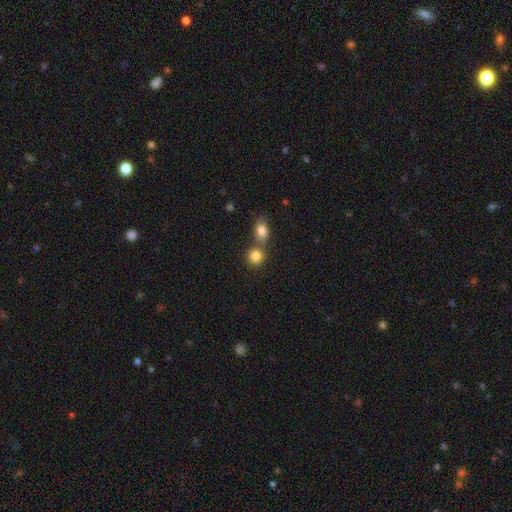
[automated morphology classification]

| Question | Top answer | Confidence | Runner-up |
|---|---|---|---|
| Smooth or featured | smooth | 83% | star or artifact (10%) |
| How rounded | round | 80% | in between (19%) |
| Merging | none | 50% | merger (41%) |